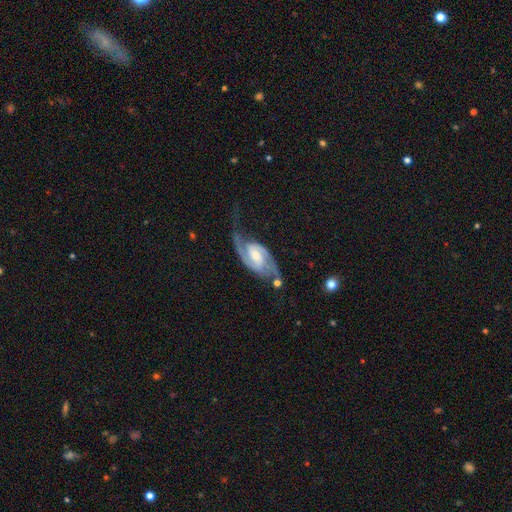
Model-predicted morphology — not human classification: A featured or disk galaxy (89%) with a weak bar (50%), 2 (89%) medium (50%) spiral arms (97%) and a moderate central bulge (51%). Merging: none (51%).